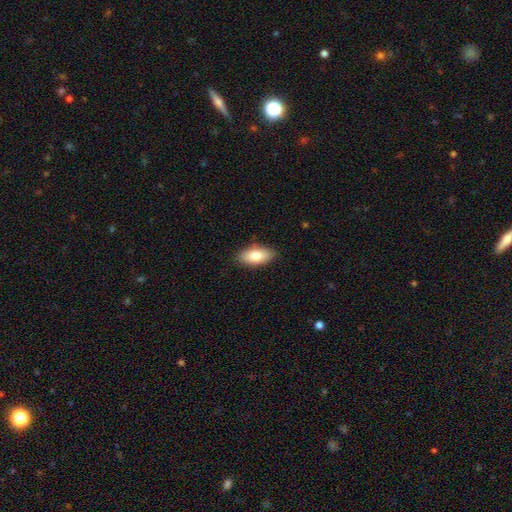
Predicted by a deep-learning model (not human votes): The model was most divided on "smooth or featured": smooth: 79%, featured or disk: 14%, star or artifact: 7%. More confident: how rounded — in between (89%); merging — none (86%).